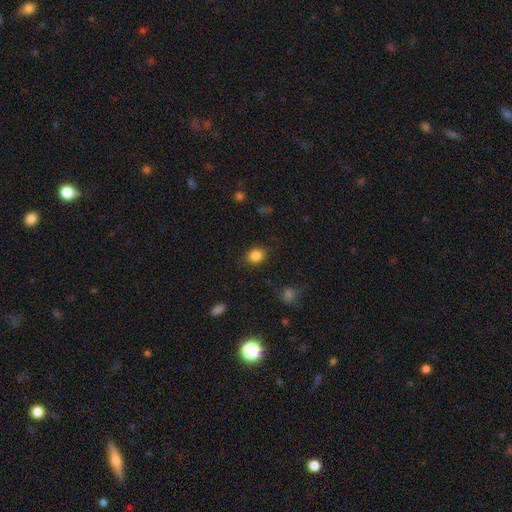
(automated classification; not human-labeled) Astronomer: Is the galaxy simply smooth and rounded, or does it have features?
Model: smooth — 85%.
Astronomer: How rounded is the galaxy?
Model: round — 64%.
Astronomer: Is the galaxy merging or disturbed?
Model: none — 85%.